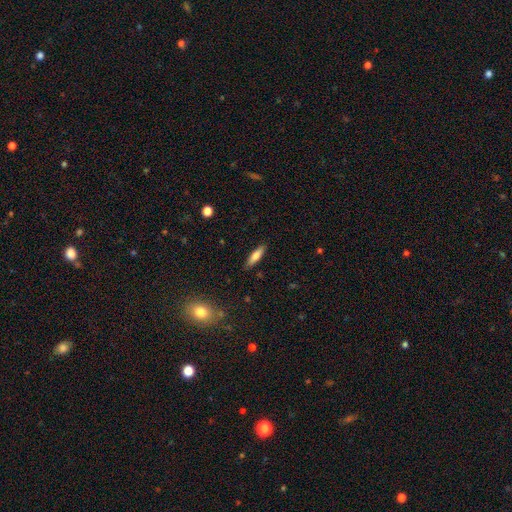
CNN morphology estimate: smooth_or_featured: smooth (p=0.74) [alt: featured or disk p=0.19]
how_rounded: cigar-shaped (p=0.67) [alt: in between p=0.31]
merging: none (p=0.88) [alt: minor disturbance p=0.09]